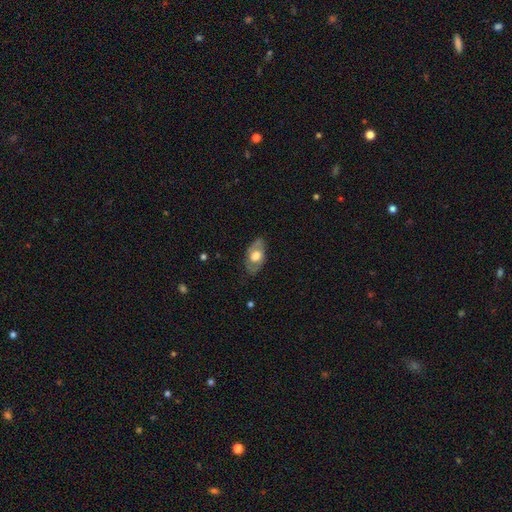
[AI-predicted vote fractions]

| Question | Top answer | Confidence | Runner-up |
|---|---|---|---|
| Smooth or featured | featured or disk | 47% | tied: smooth (47%) |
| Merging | none | 75% | minor disturbance (18%) |